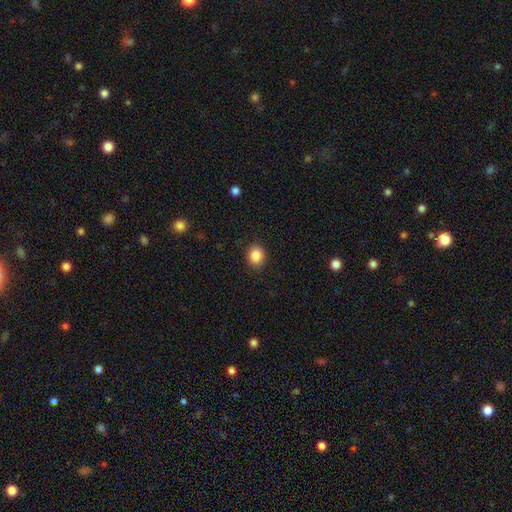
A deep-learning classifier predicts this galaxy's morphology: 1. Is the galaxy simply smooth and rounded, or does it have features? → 86% smooth, 9% star or artifact, 4% featured or disk.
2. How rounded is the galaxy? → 67% round, 32% in between, 1% cigar-shaped.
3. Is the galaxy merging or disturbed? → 90% none, 7% minor disturbance, 2% major disturbance, 1% merger.